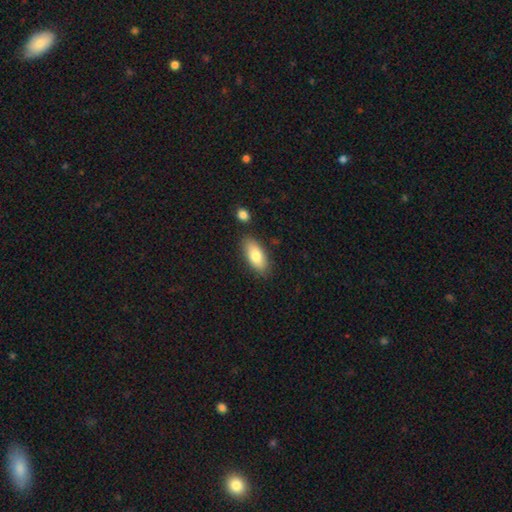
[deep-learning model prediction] smooth-or-featured: smooth: 80% | featured or disk: 14% | star or artifact: 6%
  how-rounded: in between: 87% | cigar-shaped: 10% | round: 3%
  merging: none: 82% | minor disturbance: 12% | merger: 4% | major disturbance: 3%